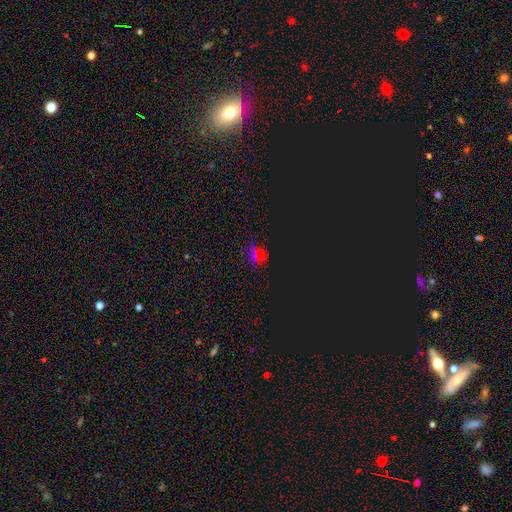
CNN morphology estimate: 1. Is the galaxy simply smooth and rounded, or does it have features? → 66% star or artifact, 25% smooth, 9% featured or disk.